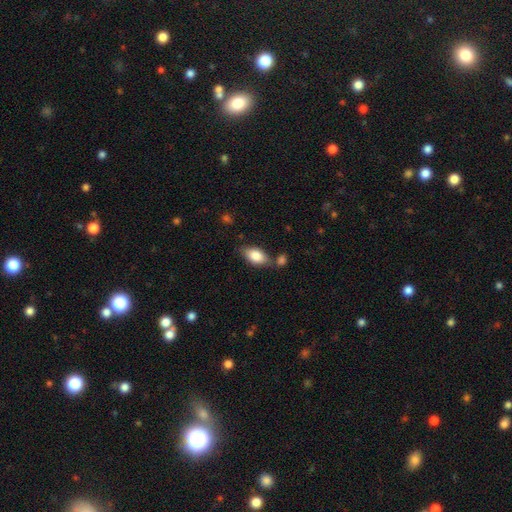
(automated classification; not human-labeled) Smooth or featured? Predicted: smooth (p=0.82). How rounded? Predicted: in between (p=0.91). Merging? Predicted: none (p=0.64).